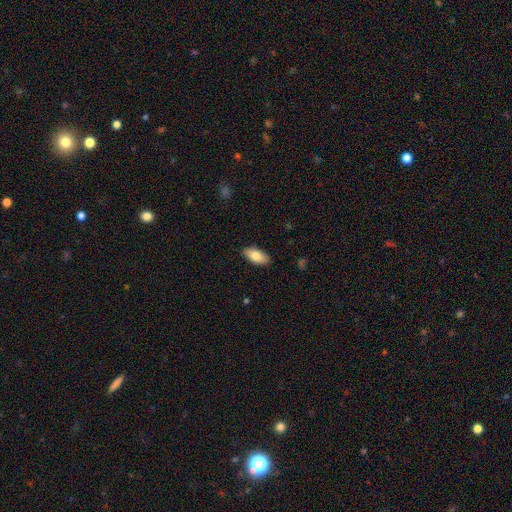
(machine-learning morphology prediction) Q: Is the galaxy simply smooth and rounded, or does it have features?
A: smooth — 81%.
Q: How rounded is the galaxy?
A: in between — 91%.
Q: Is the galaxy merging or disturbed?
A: none — 88%.